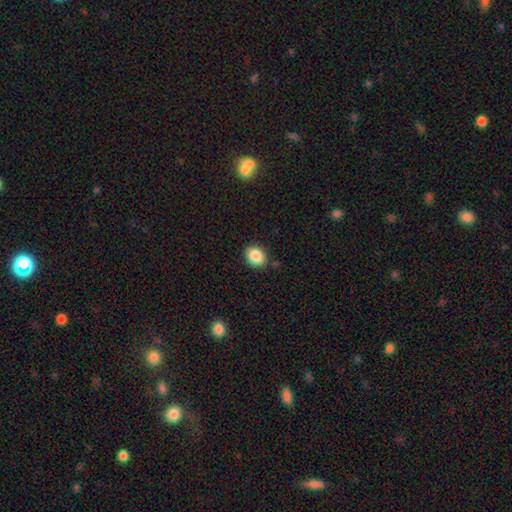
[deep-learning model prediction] This is clearly a smooth galaxy (86%). How rounded: possibly in between (50%). Merging: clearly none (83%).